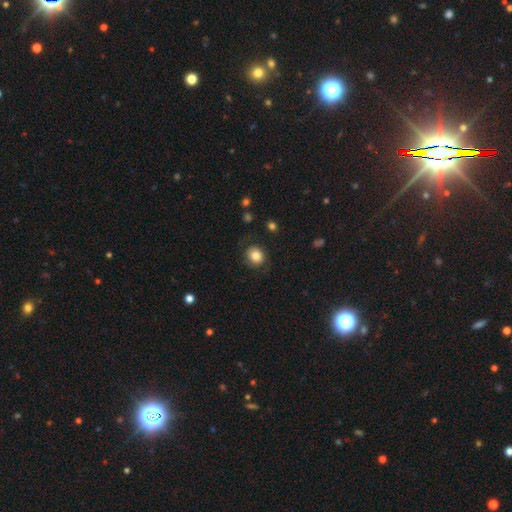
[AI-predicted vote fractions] A smooth galaxy with no disk features (83%) that is round (77%). Merging: none (81%).